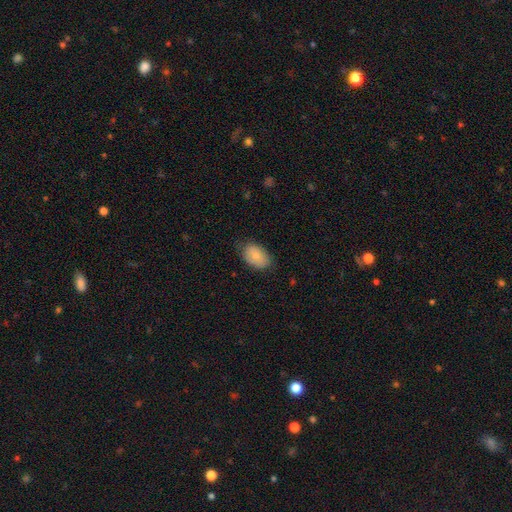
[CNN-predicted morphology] Q: Smooth or featured?
A: smooth (83%); runner-up: featured or disk (11%)
Q: How rounded?
A: in between (90%); runner-up: round (9%)
Q: Merging?
A: none (76%); runner-up: minor disturbance (20%)